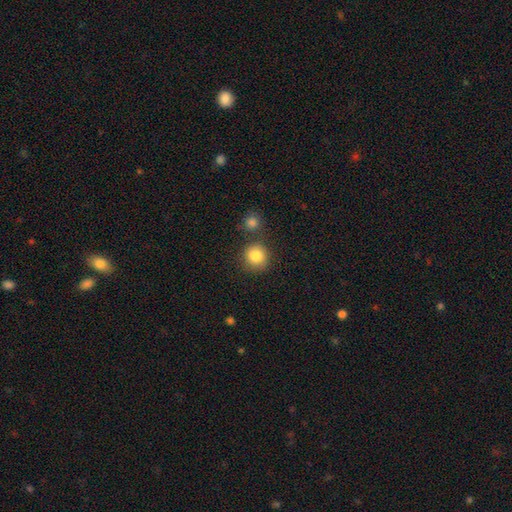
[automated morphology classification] Smooth or featured? Predicted: smooth (p=0.85). How rounded? Predicted: round (p=0.91). Merging? Predicted: none (p=0.76).